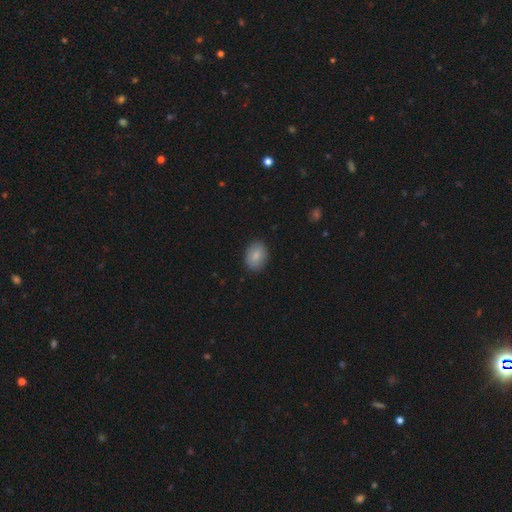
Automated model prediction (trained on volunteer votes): A smooth galaxy with no disk features (84%) that is in between round and cigar-shaped (74%).

Vote fractions:
- Smooth or featured? smooth: 84% / featured or disk: 10% / star or artifact: 7%
- How rounded? in between: 74% / round: 25% / cigar-shaped: 1%
- Merging? none: 88% / minor disturbance: 9% / major disturbance: 2% / merger: 1%